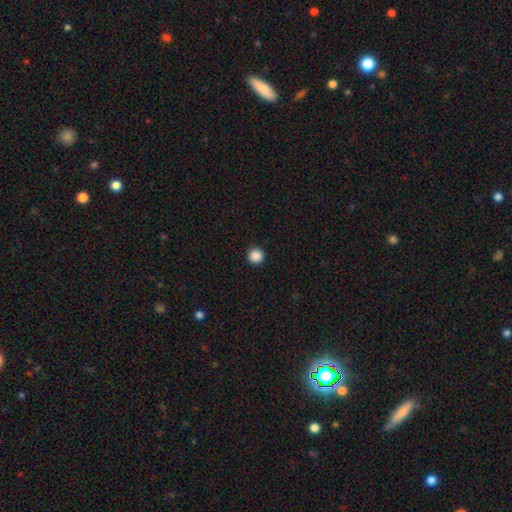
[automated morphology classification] Overall: smooth (87%). How rounded: round (96%). Merging: none (93%).